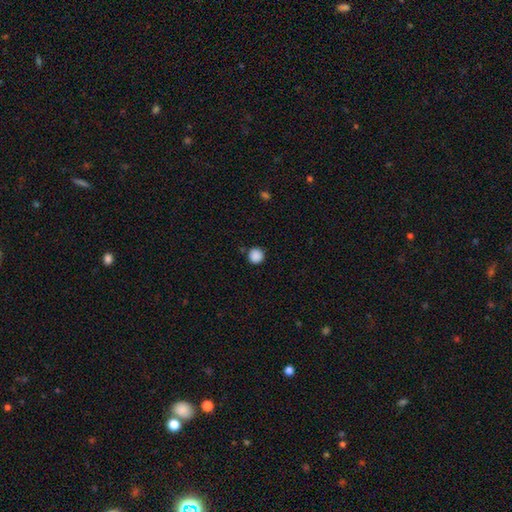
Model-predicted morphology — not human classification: smooth_or_featured: smooth (p=0.88) [alt: star or artifact p=0.10]
how_rounded: round (p=0.95) [alt: in between p=0.04]
merging: none (p=0.88) [alt: minor disturbance p=0.07]